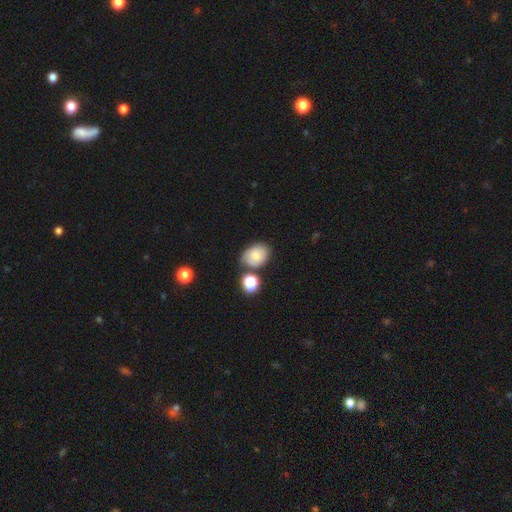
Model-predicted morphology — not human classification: smooth 75%, featured or disk 14%, star or artifact 10%. Down the decision tree: how rounded — in between (72%); merging — none (67%).